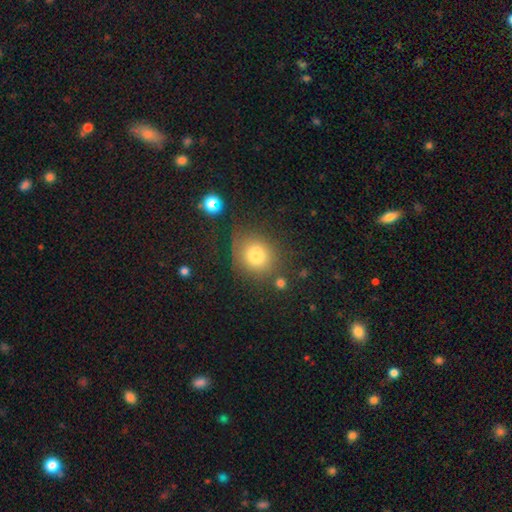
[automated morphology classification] type=smooth (77%); roundness=round (72%); merging=none (66%).